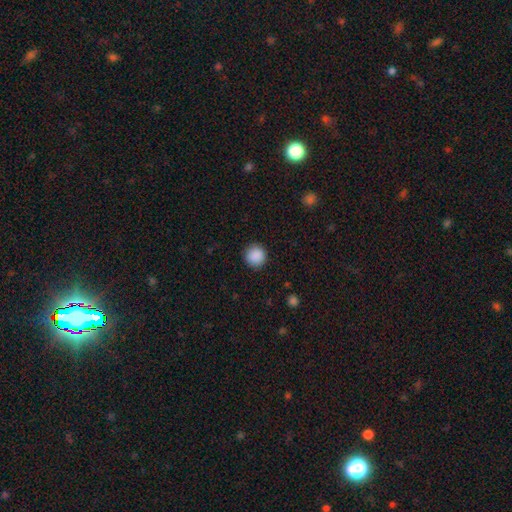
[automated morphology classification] This is clearly a smooth galaxy (89%). How rounded: clearly round (94%). Merging: clearly none (91%).